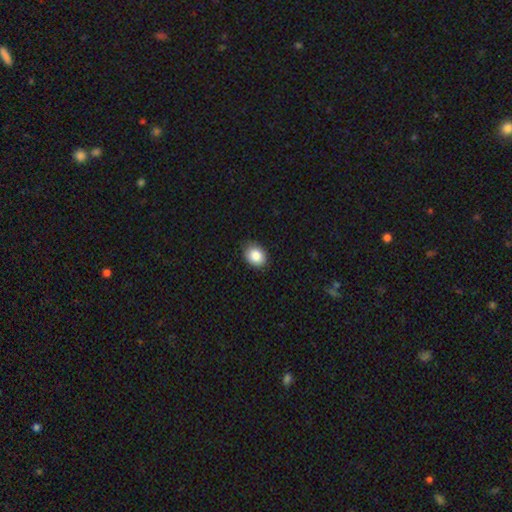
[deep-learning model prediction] The model was most divided on "how rounded": in between: 58%, round: 42%, cigar-shaped: 1%. More confident: smooth or featured — smooth (87%); merging — none (84%).